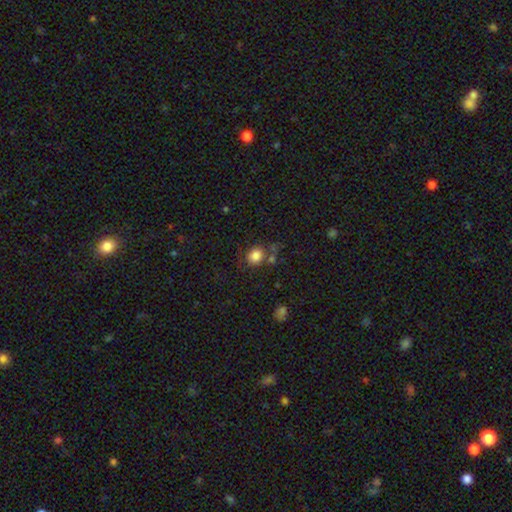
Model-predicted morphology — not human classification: Smooth or featured? Predicted: smooth (p=0.82). How rounded? Predicted: round (p=0.71). Merging? Predicted: none (p=0.66).